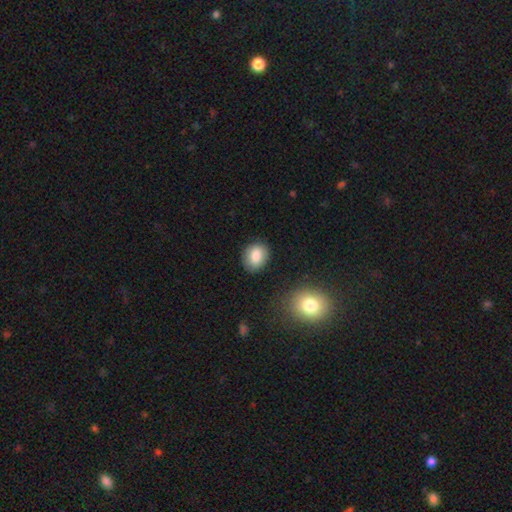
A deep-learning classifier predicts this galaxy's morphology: type=smooth (83%); roundness=round (50%); merging=none (84%).